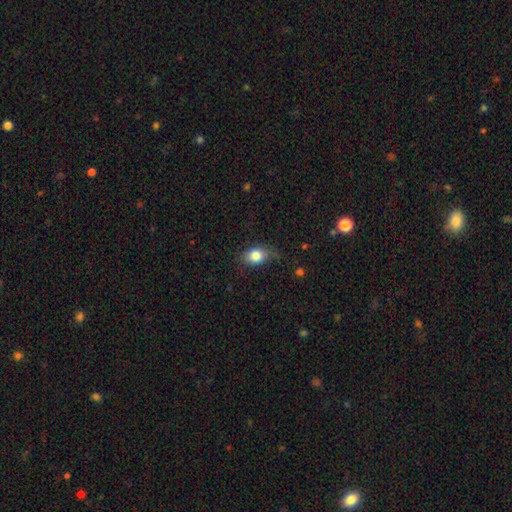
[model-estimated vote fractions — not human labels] The model was most divided on "how rounded": in between: 71%, round: 27%, cigar-shaped: 2%. More confident: smooth or featured — smooth (81%); merging — none (69%).